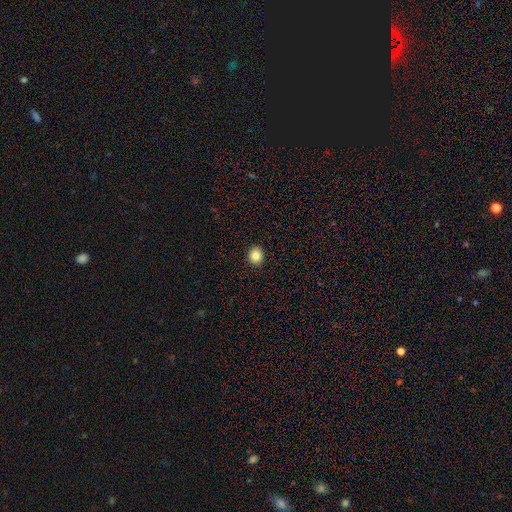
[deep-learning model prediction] This appears to be a smooth galaxy with no disk features (85%) that is round (78%). Merging: none (92%).